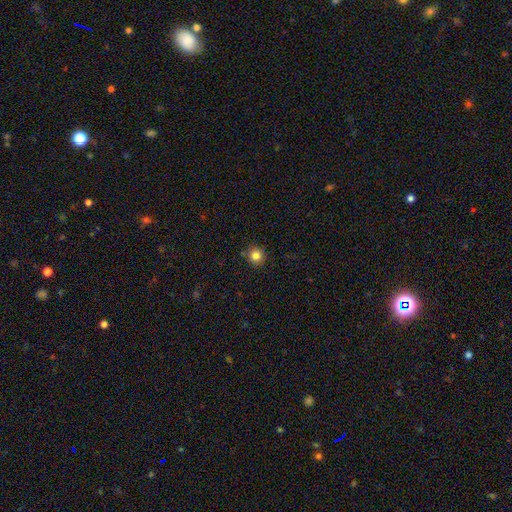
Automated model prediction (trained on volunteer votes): Q: Smooth or featured?
A: smooth (83%); runner-up: star or artifact (12%)
Q: How rounded?
A: round (93%); runner-up: in between (6%)
Q: Merging?
A: none (87%); runner-up: minor disturbance (8%)